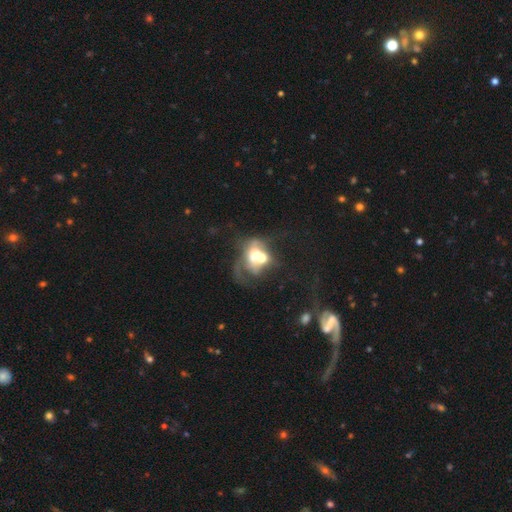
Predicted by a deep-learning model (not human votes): The model was most divided on "smooth or featured": featured or disk: 50%, smooth: 38%, star or artifact: 12%. More confident: edge-on disk — no (95%); merging — merger (57%).